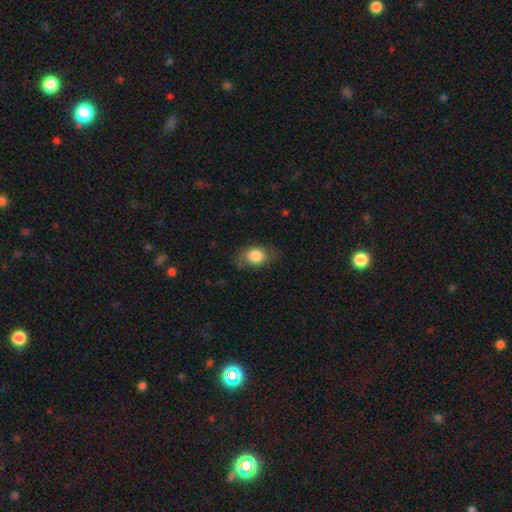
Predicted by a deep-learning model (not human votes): Smooth or featured? smooth (82%)
How rounded? in between (66%)
Merging? none (71%)